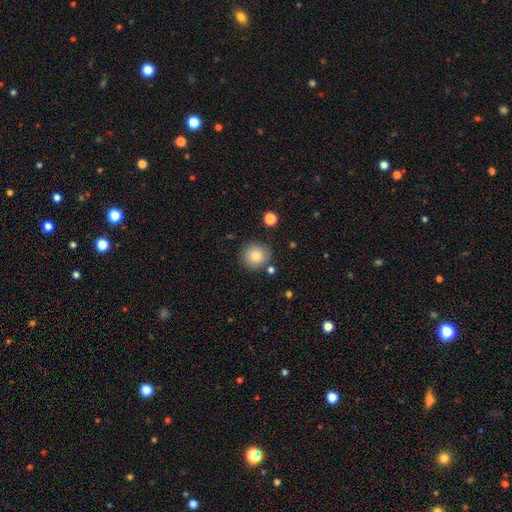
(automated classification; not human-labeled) Smooth or featured? Predicted: smooth (p=0.80). How rounded? Predicted: round (p=0.93). Merging? Predicted: none (p=0.85).